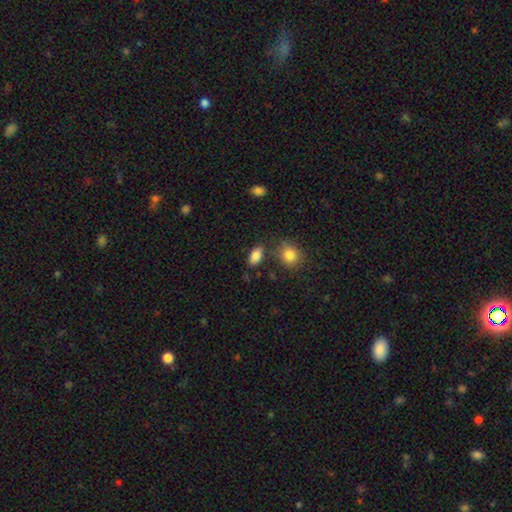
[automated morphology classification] This is clearly a smooth galaxy (86%). How rounded: clearly in between (90%). Merging: likely none (76%).